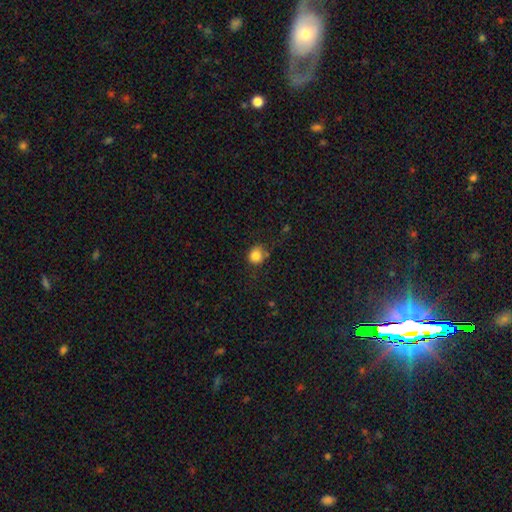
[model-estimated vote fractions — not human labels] Overall: smooth (83%). How rounded: round (79%). Merging: none (72%).